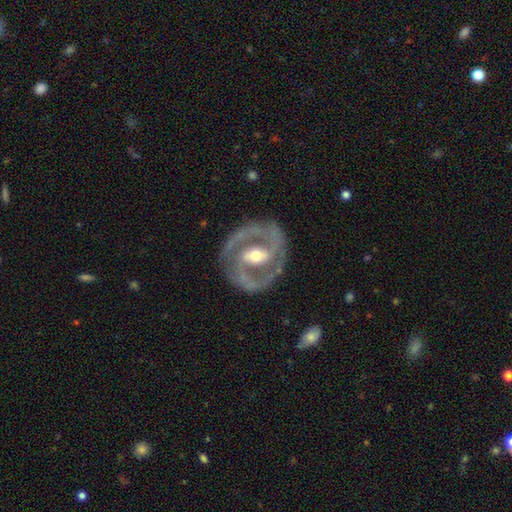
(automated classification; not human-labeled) Smooth or featured: featured or disk — 89% (smooth — 7%)
Edge-on disk: no — 97% (yes — 3%)
Bar: strong — 44% (weak — 38%)
Spiral arms: yes — 91% (no — 9%)
Spiral winding: medium — 49% (tight — 41%)
Spiral arm count: 2 — 89% (can't tell — 4%)
Bulge size: moderate — 70% (small — 22%)
Merging: none — 83% (minor disturbance — 11%)